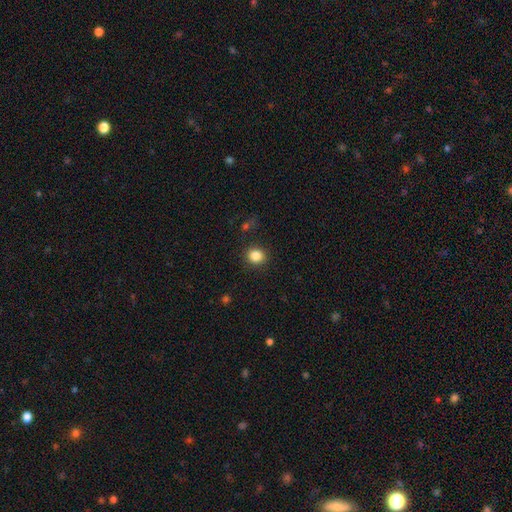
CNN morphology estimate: Overall: smooth (85%). How rounded: round (82%). Merging: none (88%).